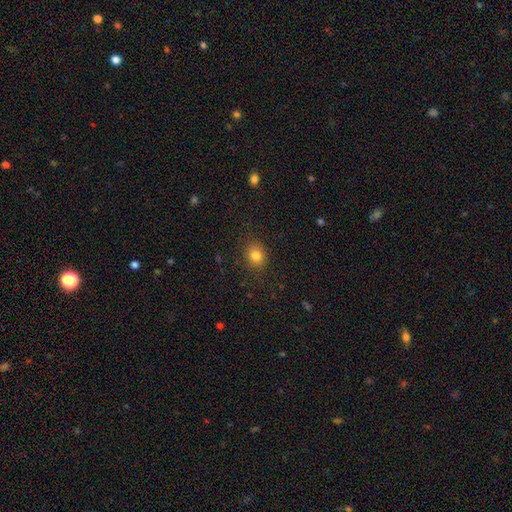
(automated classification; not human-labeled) Smooth or featured: smooth — 81% (star or artifact — 12%)
How rounded: round — 72% (in between — 27%)
Merging: none — 87% (minor disturbance — 9%)